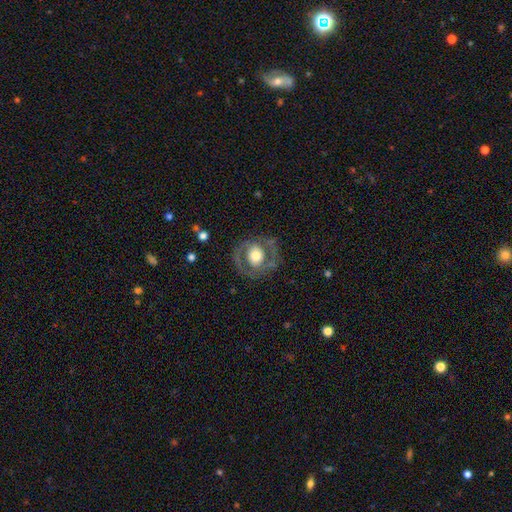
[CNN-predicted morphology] smooth_or_featured: featured or disk (p=0.62) [alt: smooth p=0.31]
disk_edge_on: no (p=0.96) [alt: yes p=0.04]
bar: no (p=0.74) [alt: weak p=0.19]
has_spiral_arms: yes (p=0.53) [alt: no p=0.47]
bulge_size: moderate (p=0.46) [alt: large p=0.42]
merging: none (p=0.74) [alt: minor disturbance p=0.14]